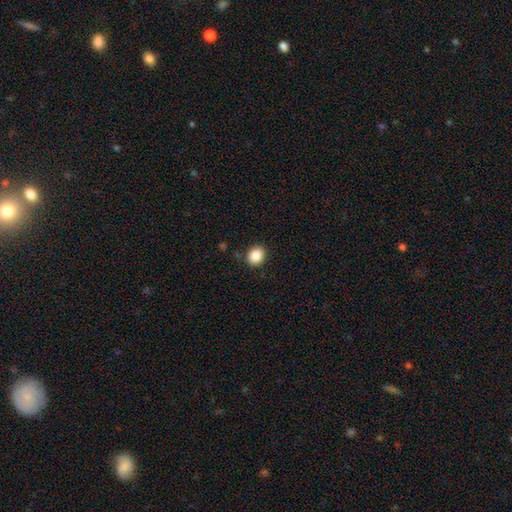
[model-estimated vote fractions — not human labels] A smooth galaxy with no disk features (87%) that is round (62%).

Vote fractions:
- Smooth or featured? smooth: 87% / star or artifact: 9% / featured or disk: 4%
- How rounded? round: 62% / in between: 37% / cigar-shaped: 1%
- Merging? none: 88% / minor disturbance: 9% / major disturbance: 2% / merger: 1%